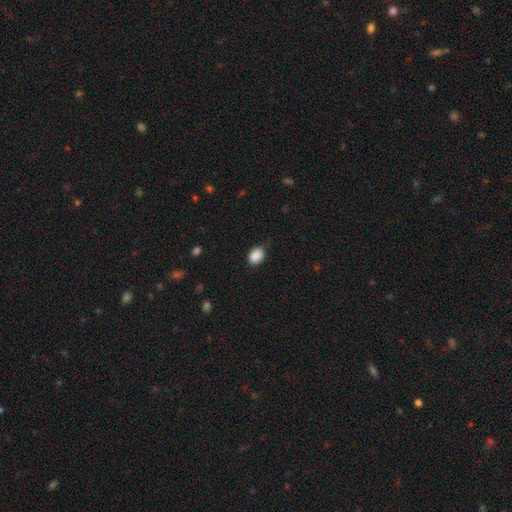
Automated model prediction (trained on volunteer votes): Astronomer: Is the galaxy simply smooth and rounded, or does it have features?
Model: smooth — 88%.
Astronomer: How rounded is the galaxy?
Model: in between — 67%.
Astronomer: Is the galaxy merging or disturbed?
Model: none — 69%.